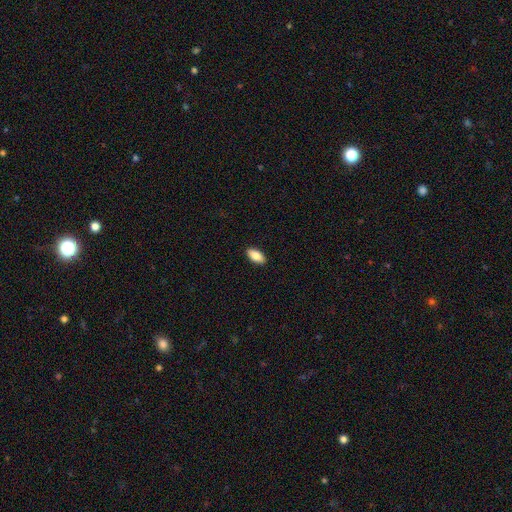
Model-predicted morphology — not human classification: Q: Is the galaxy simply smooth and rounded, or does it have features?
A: smooth — 84%.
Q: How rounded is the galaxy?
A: in between — 89%.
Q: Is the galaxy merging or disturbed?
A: none — 90%.